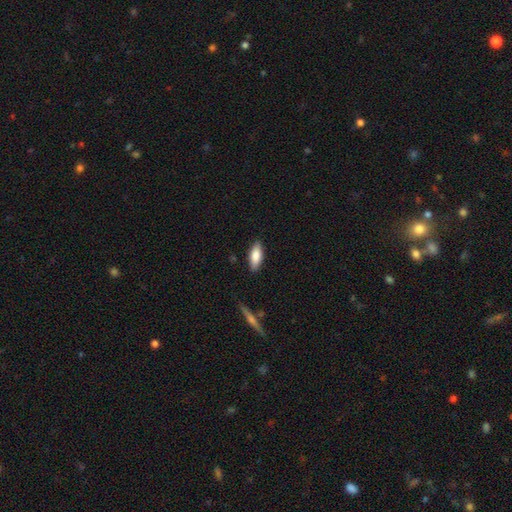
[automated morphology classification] A smooth galaxy with no disk features (81%) that is in between round and cigar-shaped (73%). Merging: none (86%).